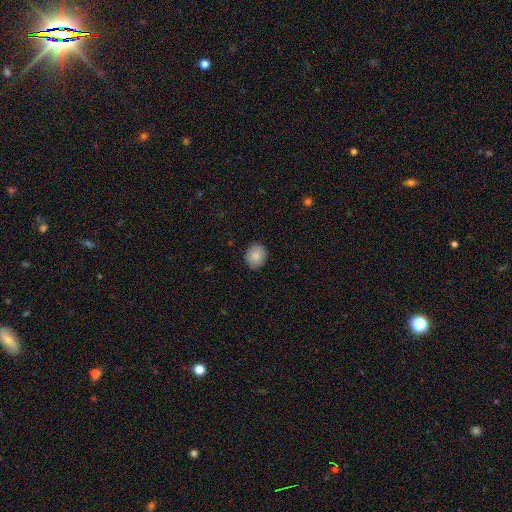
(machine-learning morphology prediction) This is clearly a smooth galaxy (86%). How rounded: likely round (68%). Merging: clearly none (88%).